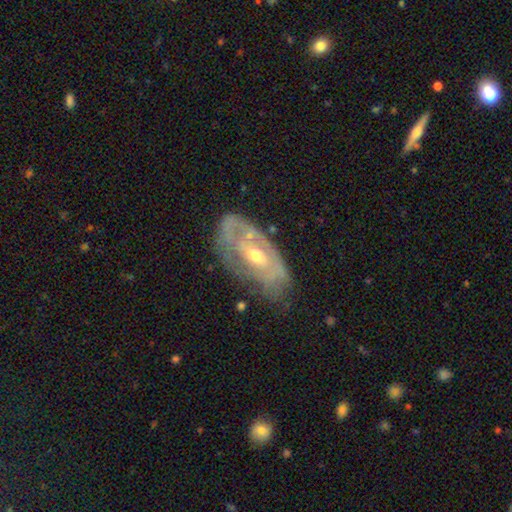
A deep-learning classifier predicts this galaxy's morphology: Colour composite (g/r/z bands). It shows a featured or disk galaxy (73%) with no bar (63%), spiral arms (62%) and a moderate central bulge (51%). Merging: none (50%).